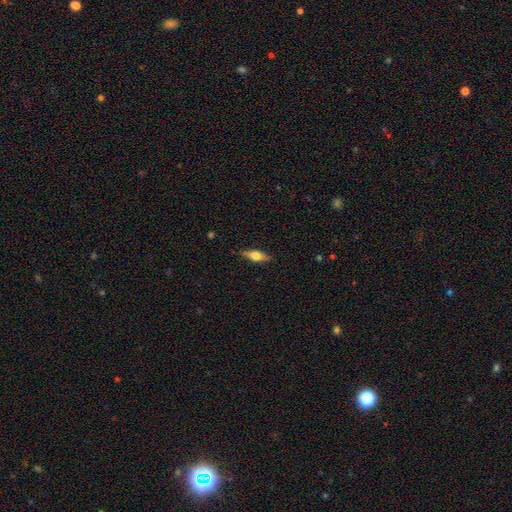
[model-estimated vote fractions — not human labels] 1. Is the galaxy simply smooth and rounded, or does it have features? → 48% featured or disk, 45% smooth, 7% star or artifact.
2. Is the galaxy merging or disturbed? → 86% none, 10% minor disturbance, 2% major disturbance, 1% merger.